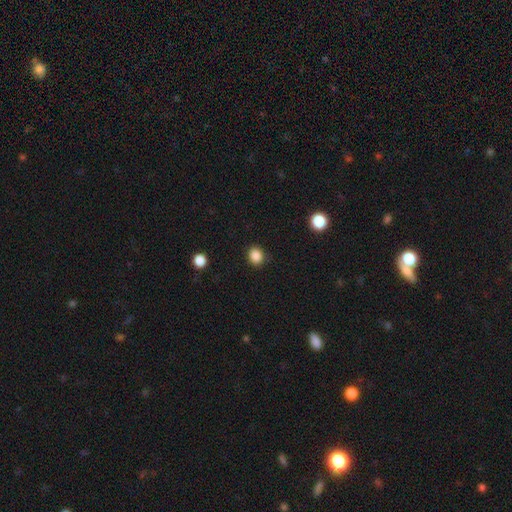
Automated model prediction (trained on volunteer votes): Morphology: type=smooth (87%); roundness=round (66%); merging=none (88%).